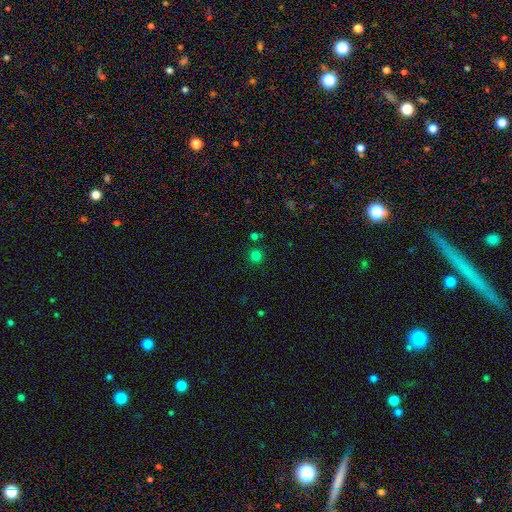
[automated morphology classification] Smooth or featured? smooth (78%)
How rounded? round (92%)
Merging? none (84%)